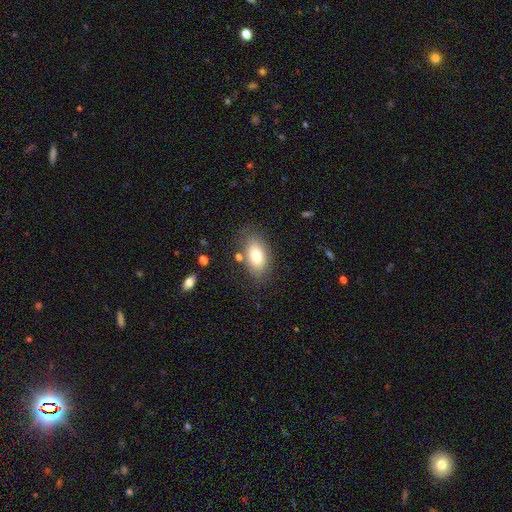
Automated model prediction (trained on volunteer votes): This appears to be a smooth galaxy with no disk features (76%) that is in between round and cigar-shaped (90%). Merging: none (77%).